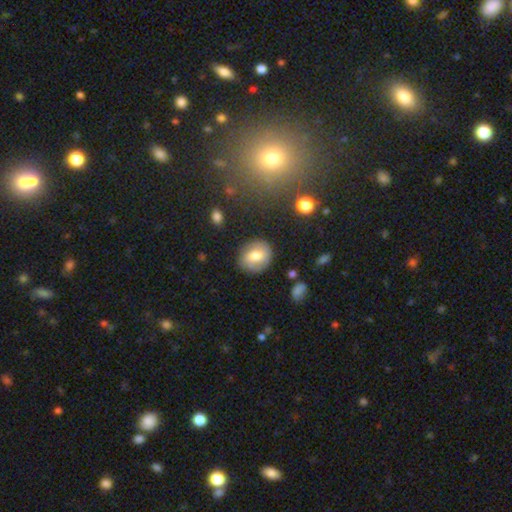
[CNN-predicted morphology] A smooth galaxy with no disk features (64%) that is round (74%). Merging: none (83%).